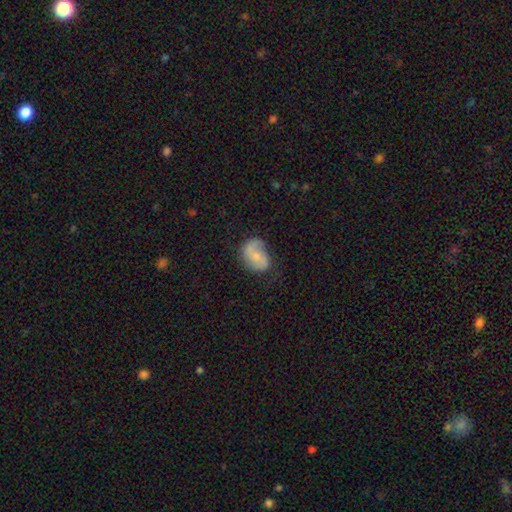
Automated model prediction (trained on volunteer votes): Smooth or featured?
  - featured or disk: 58% *
  - smooth: 35%
  - star or artifact: 7%
Edge-on disk?
  - no: 97% *
  - yes: 3%
Bar?
  - no: 52% *
  - weak: 38%
  - strong: 10%
Spiral arms?
  - yes: 88% *
  - no: 12%
Bulge size?
  - small: 49% *
  - moderate: 33%
  - none: 14%
  - large: 3%
  - dominant: 1%
Merging?
  - none: 57% *
  - minor disturbance: 26%
  - major disturbance: 14%
  - merger: 2%